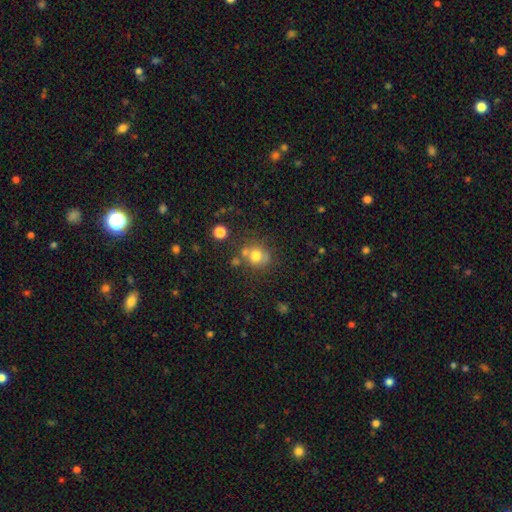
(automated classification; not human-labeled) The model was most divided on "merging": none: 61%, merger: 19%, minor disturbance: 14%, major disturbance: 6%. More confident: how rounded — round (83%); smooth or featured — smooth (73%).